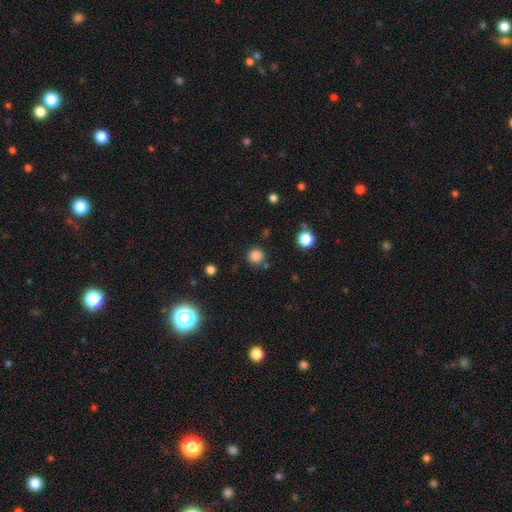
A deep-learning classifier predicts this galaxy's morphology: This appears to be a smooth galaxy with no disk features (83%) that is round (94%). Merging: none (83%).